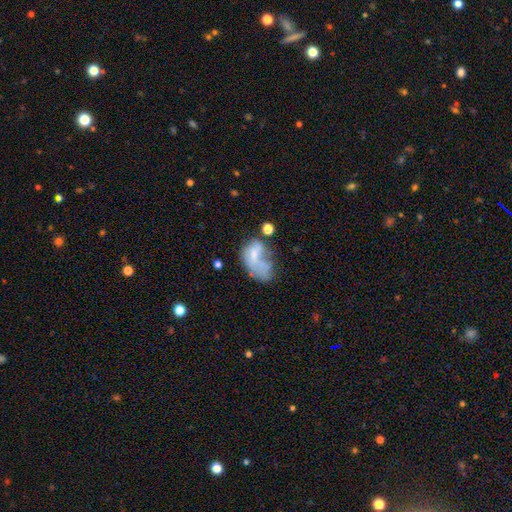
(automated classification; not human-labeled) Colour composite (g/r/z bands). It shows a smooth galaxy with no disk features (48%). Merging: major disturbance (39%).